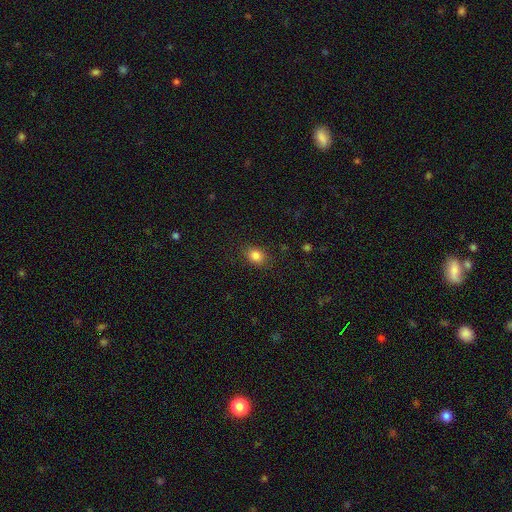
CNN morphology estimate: smooth 84%, star or artifact 11%, featured or disk 5%. Down the decision tree: how rounded — in between (60%); merging — none (84%).